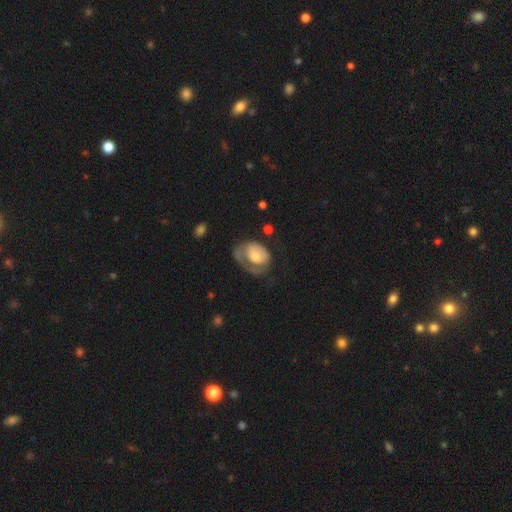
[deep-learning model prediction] smooth_or_featured: featured or disk (p=0.47) [alt: smooth p=0.46]
merging: major disturbance (p=0.42) [alt: none p=0.31]